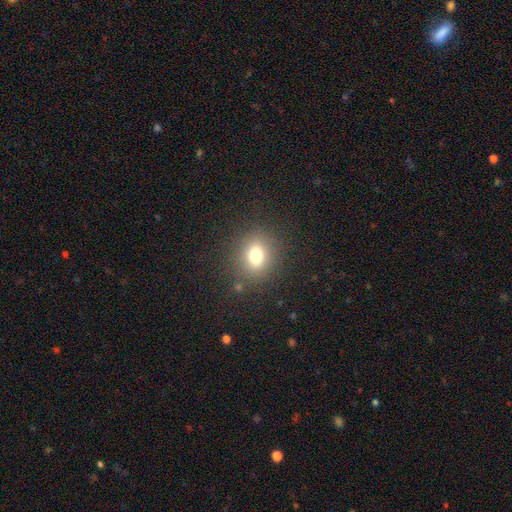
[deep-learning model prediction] A smooth galaxy with no disk features (75%) that is round (62%).

Vote fractions:
- Smooth or featured? smooth: 75% / star or artifact: 14% / featured or disk: 11%
- How rounded? round: 62% / in between: 37% / cigar-shaped: 1%
- Merging? none: 85% / minor disturbance: 9% / major disturbance: 4% / merger: 2%